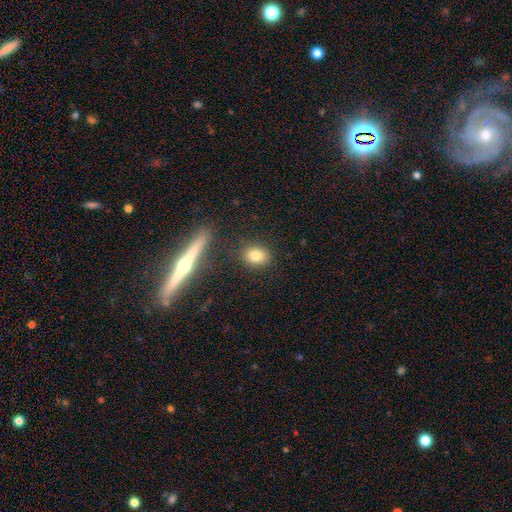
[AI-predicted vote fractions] A smooth galaxy with no disk features (80%) that is in between round and cigar-shaped (57%).

Vote fractions:
- Smooth or featured? smooth: 80% / featured or disk: 10% / star or artifact: 10%
- How rounded? in between: 57% / round: 40% / cigar-shaped: 3%
- Merging? none: 84% / minor disturbance: 9% / merger: 4% / major disturbance: 3%